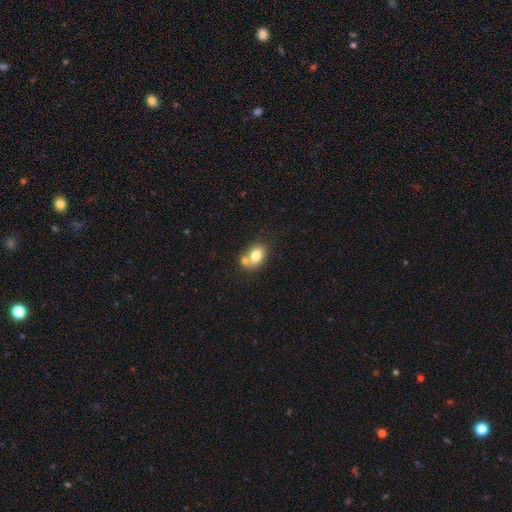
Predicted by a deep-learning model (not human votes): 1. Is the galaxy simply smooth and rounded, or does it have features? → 76% smooth, 15% featured or disk, 9% star or artifact.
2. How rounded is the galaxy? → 72% in between, 27% round, 1% cigar-shaped.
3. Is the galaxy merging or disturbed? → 44% none, 39% merger, 13% minor disturbance, 4% major disturbance.